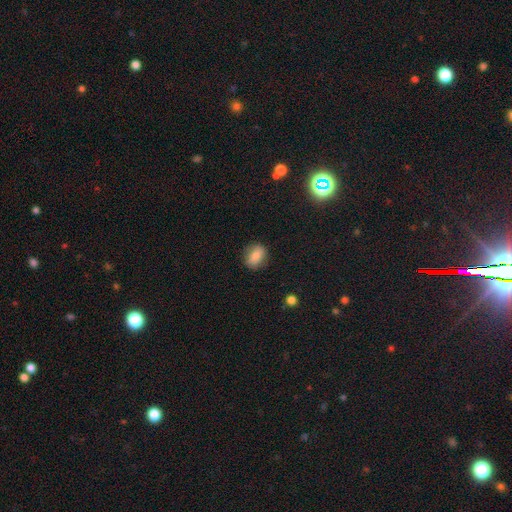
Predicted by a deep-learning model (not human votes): Smooth or featured: smooth — 81% (featured or disk — 10%)
How rounded: in between — 55% (round — 43%)
Merging: none — 84% (minor disturbance — 12%)